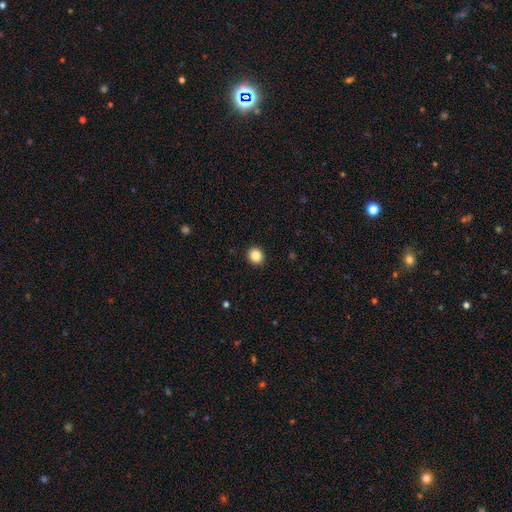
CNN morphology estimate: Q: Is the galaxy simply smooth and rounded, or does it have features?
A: smooth — 87%.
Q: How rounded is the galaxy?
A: round — 84%.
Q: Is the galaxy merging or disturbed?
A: none — 92%.